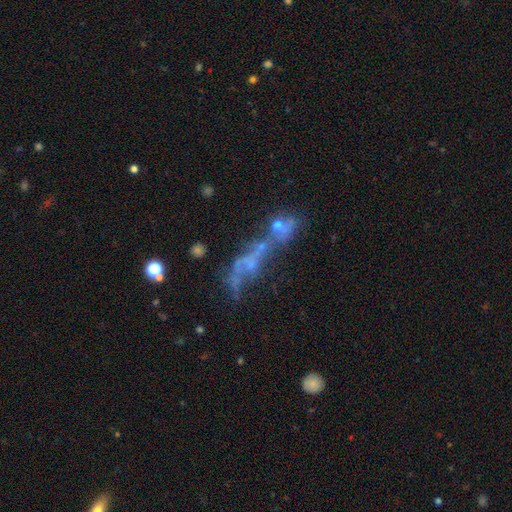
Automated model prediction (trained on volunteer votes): smooth_or_featured: featured or disk (p=0.46) [alt: smooth p=0.28]
merging: merger (p=0.51) [alt: none p=0.23]